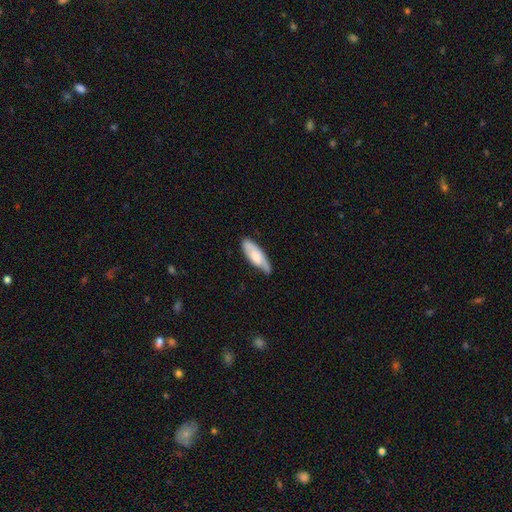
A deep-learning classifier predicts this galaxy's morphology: A smooth galaxy with no disk features (62%) that is in between round and cigar-shaped (61%). Merging: none (59%).